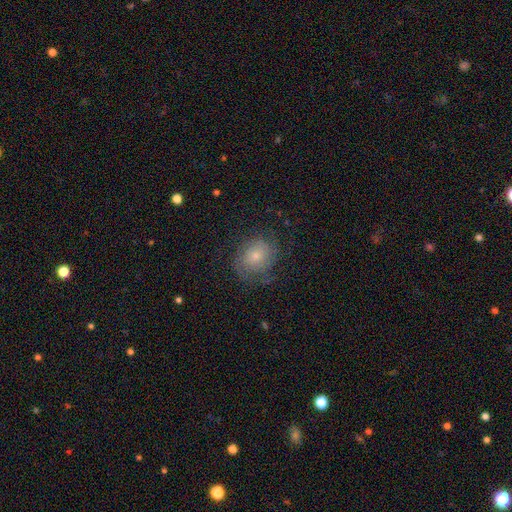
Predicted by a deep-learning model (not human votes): Smooth or featured? featured or disk (57%)
Edge-on disk? no (97%)
Bar? no (79%)
Spiral arms? yes (85%)
Bulge size? small (54%)
Merging? none (68%)